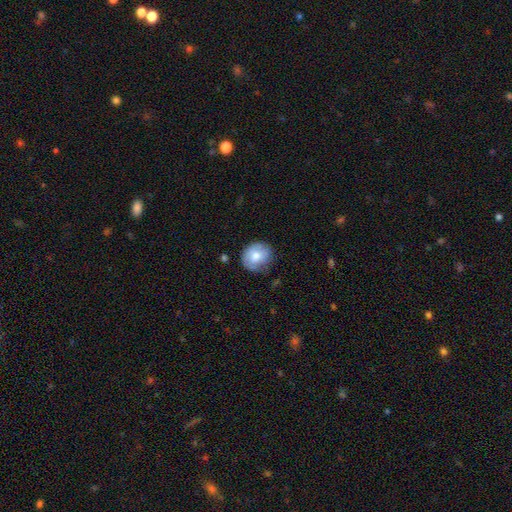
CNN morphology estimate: This is likely a smooth galaxy (71%). How rounded: likely round (73%). Merging: likely none (66%).